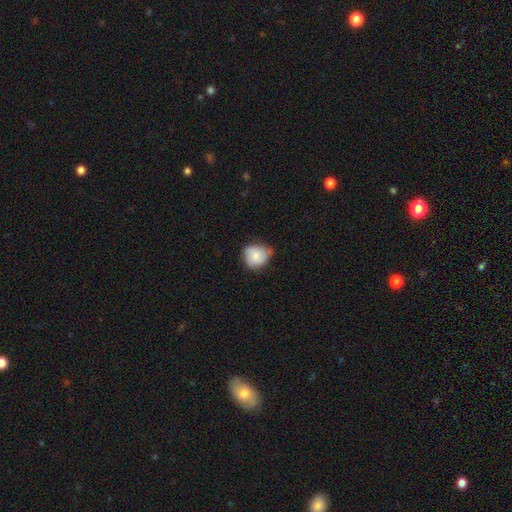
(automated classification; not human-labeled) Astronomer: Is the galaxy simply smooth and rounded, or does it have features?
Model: smooth — 75%.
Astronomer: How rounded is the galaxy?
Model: round — 71%.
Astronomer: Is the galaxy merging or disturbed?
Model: none — 50% (runner-up: minor disturbance, 40%).